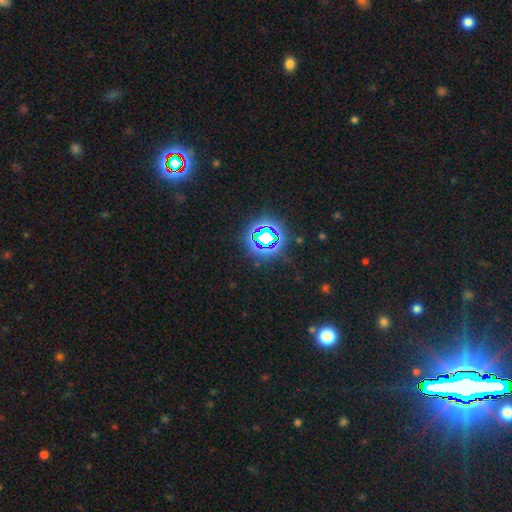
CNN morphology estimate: A star or artifact, not a galaxy (76%).

Vote fractions:
- Smooth or featured? star or artifact: 76% / smooth: 16% / featured or disk: 9%